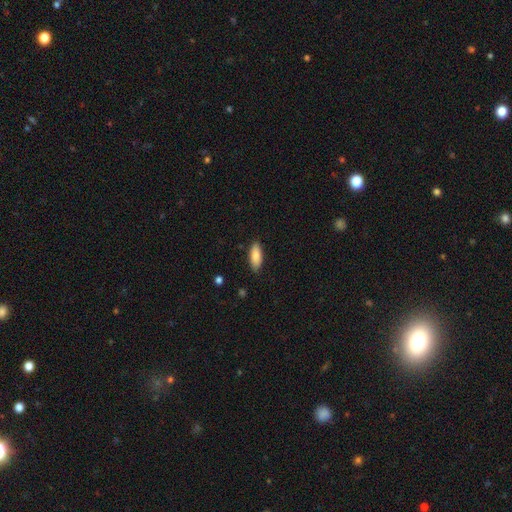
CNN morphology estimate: The model was most divided on "how rounded": in between: 77%, cigar-shaped: 21%, round: 2%. More confident: merging — none (86%); smooth or featured — smooth (83%).